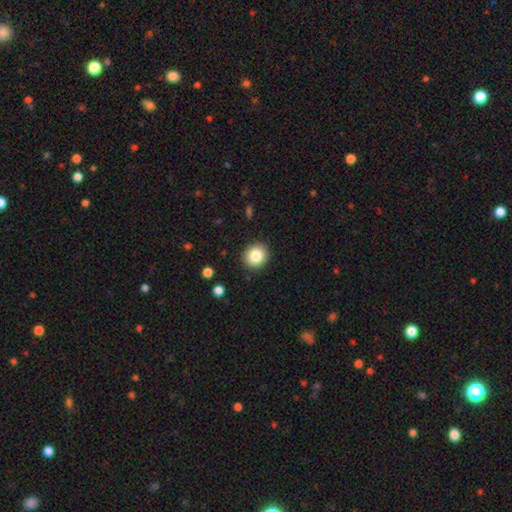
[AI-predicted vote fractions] Smooth or featured? Predicted: smooth (p=0.83). How rounded? Predicted: round (p=0.85). Merging? Predicted: none (p=0.90).